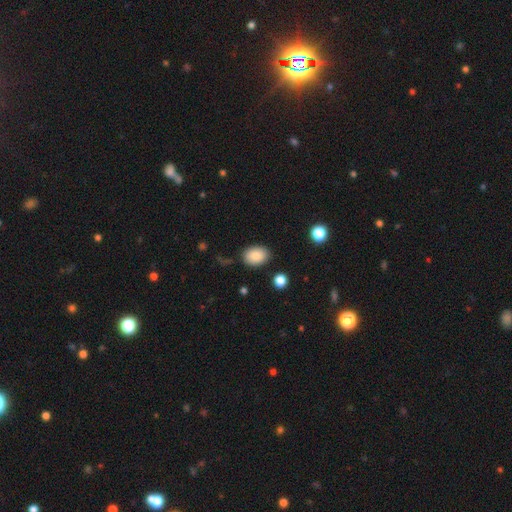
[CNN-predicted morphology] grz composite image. It shows a smooth galaxy with no disk features (86%) that is in between round and cigar-shaped (76%). Merging: none (84%).